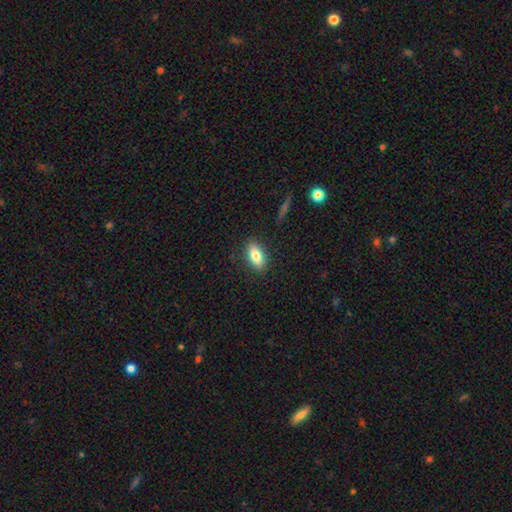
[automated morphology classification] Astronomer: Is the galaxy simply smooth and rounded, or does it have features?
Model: smooth — 78%.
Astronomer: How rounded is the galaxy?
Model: in between — 85%.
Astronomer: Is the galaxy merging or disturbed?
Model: none — 87%.